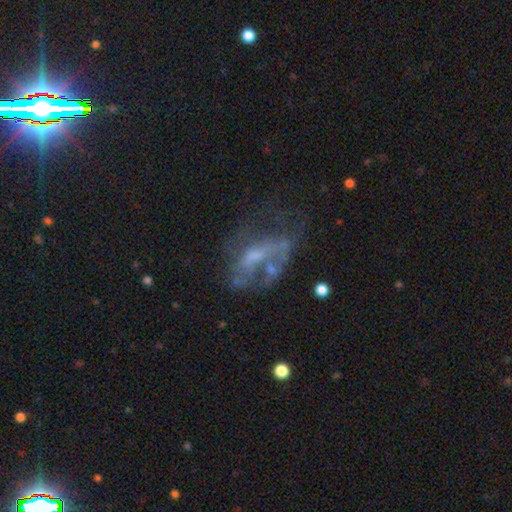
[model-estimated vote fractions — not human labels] featured or disk 61%, smooth 23%, star or artifact 16%. Down the decision tree: edge-on disk — no (93%); bar — no (65%); spiral arms — no (70%); bulge size — small (40%); merging — major disturbance (37%).